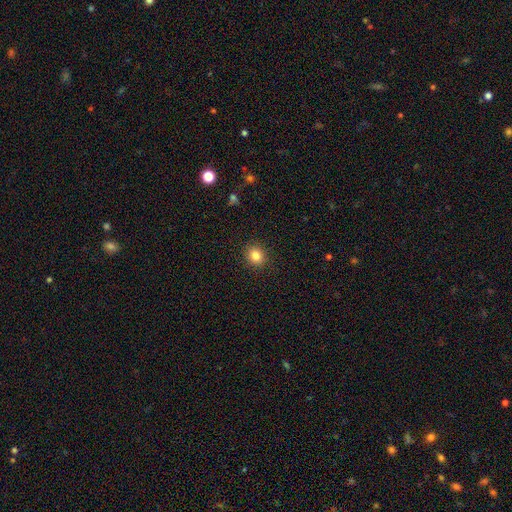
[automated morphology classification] Smooth or featured?
  - smooth: 83% *
  - star or artifact: 11%
  - featured or disk: 6%
How rounded?
  - round: 76% *
  - in between: 23%
  - cigar-shaped: 1%
Merging?
  - none: 90% *
  - minor disturbance: 7%
  - major disturbance: 2%
  - merger: 1%